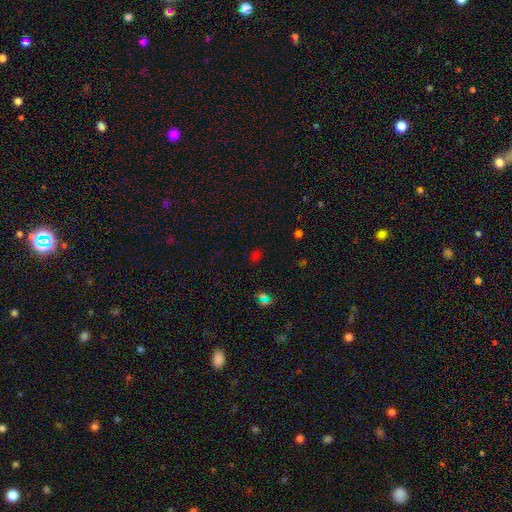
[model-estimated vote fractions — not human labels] Q: Smooth or featured?
A: smooth (53%); runner-up: star or artifact (41%)
Q: How rounded?
A: in between (54%); runner-up: round (44%)
Q: Merging?
A: none (80%); runner-up: minor disturbance (12%)